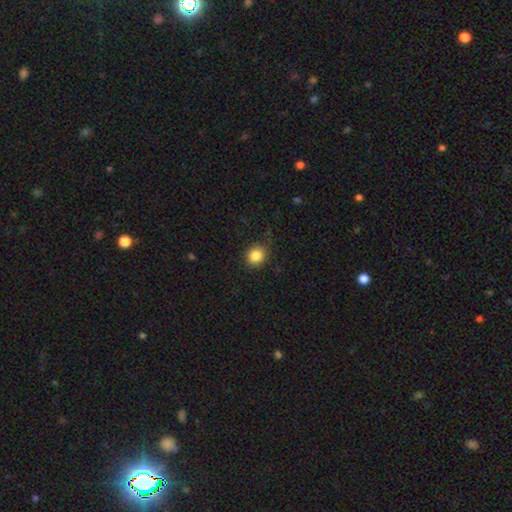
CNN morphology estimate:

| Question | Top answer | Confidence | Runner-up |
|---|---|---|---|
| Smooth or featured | smooth | 85% | star or artifact (10%) |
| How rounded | round | 81% | in between (18%) |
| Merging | none | 85% | minor disturbance (11%) |